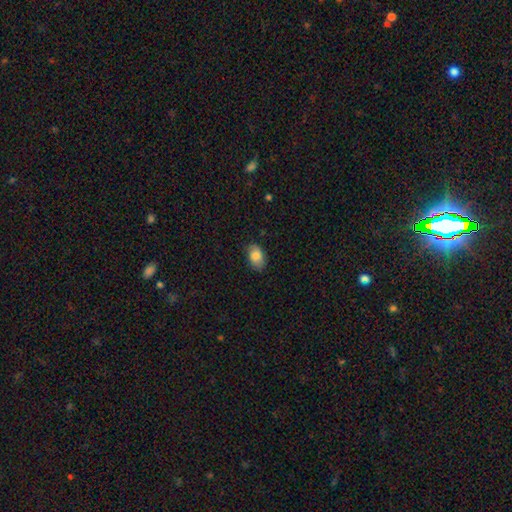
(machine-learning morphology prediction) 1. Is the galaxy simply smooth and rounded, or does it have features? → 84% smooth, 9% featured or disk, 7% star or artifact.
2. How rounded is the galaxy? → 89% in between, 10% round, 1% cigar-shaped.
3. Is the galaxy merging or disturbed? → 79% none, 17% minor disturbance, 3% major disturbance, 1% merger.